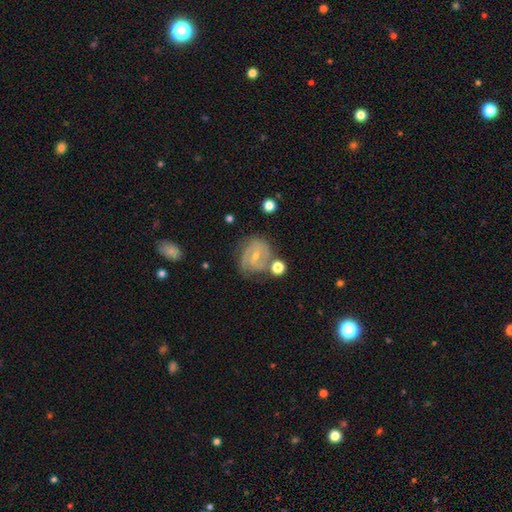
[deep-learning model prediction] Smooth or featured: featured or disk — 75% (smooth — 17%)
Edge-on disk: no — 97% (yes — 3%)
Bar: weak — 47% (no — 38%)
Spiral arms: yes — 88% (no — 12%)
Spiral winding: tight — 58% (medium — 33%)
Spiral arm count: 2 — 54% (can't tell — 22%)
Bulge size: small — 56% (moderate — 41%)
Merging: none — 62% (minor disturbance — 21%)